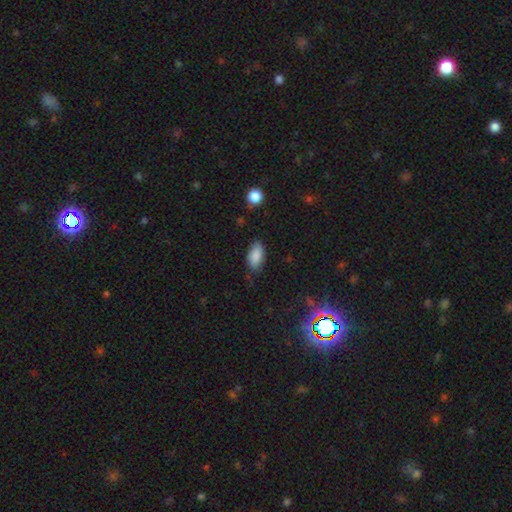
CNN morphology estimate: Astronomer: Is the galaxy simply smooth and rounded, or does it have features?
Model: smooth — 86%.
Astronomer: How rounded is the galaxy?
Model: in between — 92%.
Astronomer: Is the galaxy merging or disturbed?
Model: none — 77%.